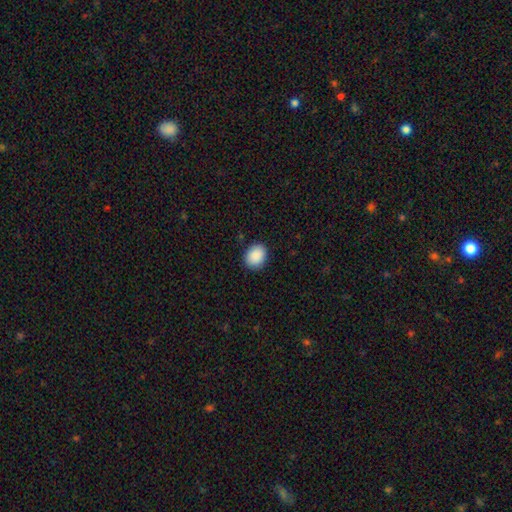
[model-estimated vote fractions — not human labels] Overall: smooth (90%). How rounded: round (51%; in between 48%). Merging: none (88%).